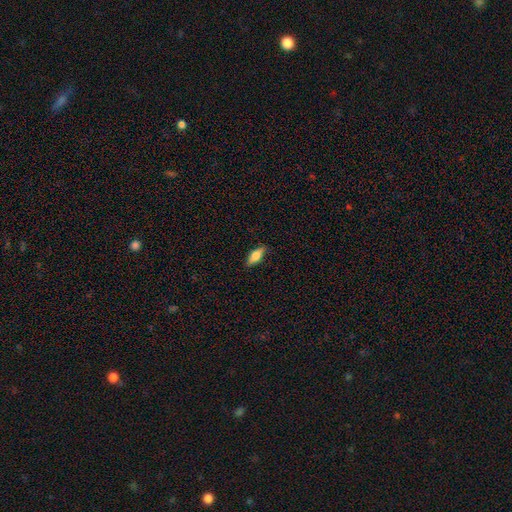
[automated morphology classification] smooth 64%, featured or disk 29%, star or artifact 7%. Down the decision tree: how rounded — in between (68%); merging — none (86%).